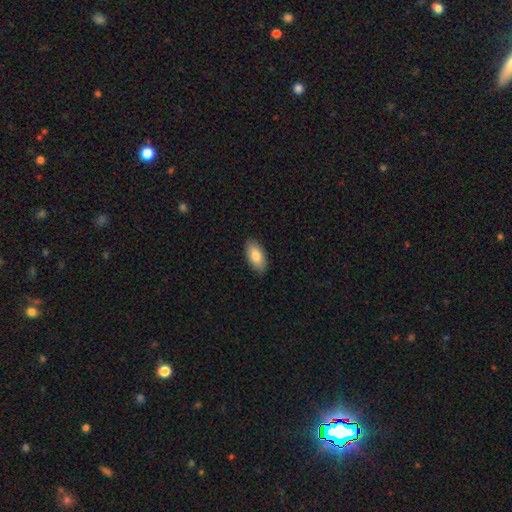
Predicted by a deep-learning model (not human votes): smooth 82%, featured or disk 12%, star or artifact 6%. Down the decision tree: how rounded — in between (93%); merging — none (89%).